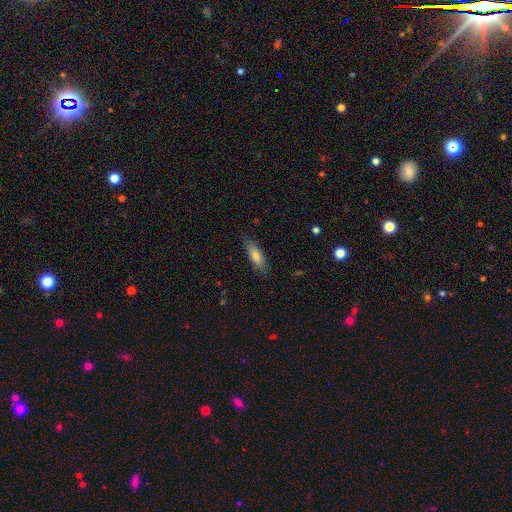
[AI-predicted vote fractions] smooth_or_featured: smooth (p=0.76) [alt: featured or disk p=0.17]
how_rounded: in between (p=0.63) [alt: cigar-shaped p=0.35]
merging: none (p=0.80) [alt: minor disturbance p=0.16]